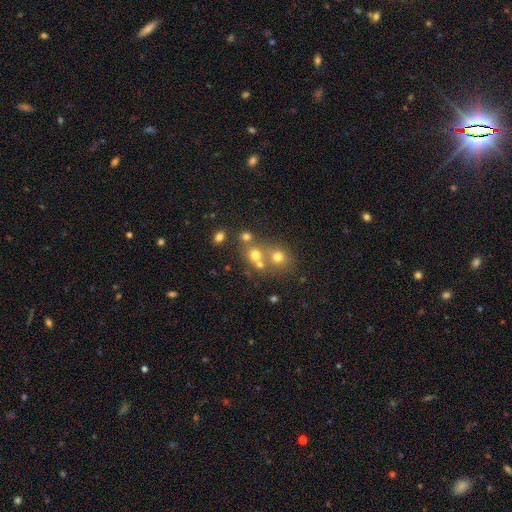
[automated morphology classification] smooth-or-featured: smooth: 62% | star or artifact: 20% | featured or disk: 18%
  how-rounded: round: 80% | in between: 19% | cigar-shaped: 1%
  merging: merger: 45% | none: 44% | minor disturbance: 7% | major disturbance: 4%